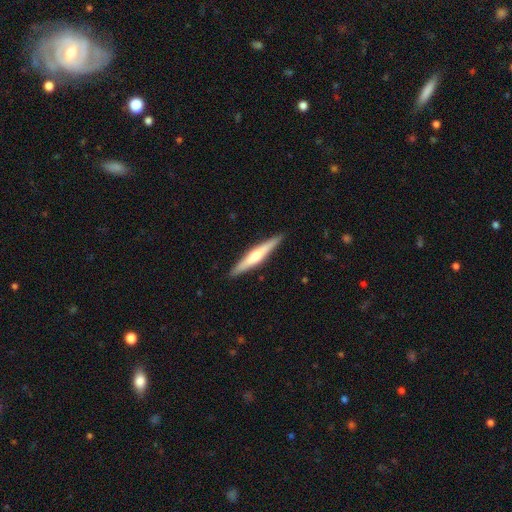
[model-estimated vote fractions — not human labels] This is possibly a featured or disk galaxy (53%). It is clearly viewed edge-on (97%). Edge-on bulge: likely rounded (75%). Merging: clearly none (91%).